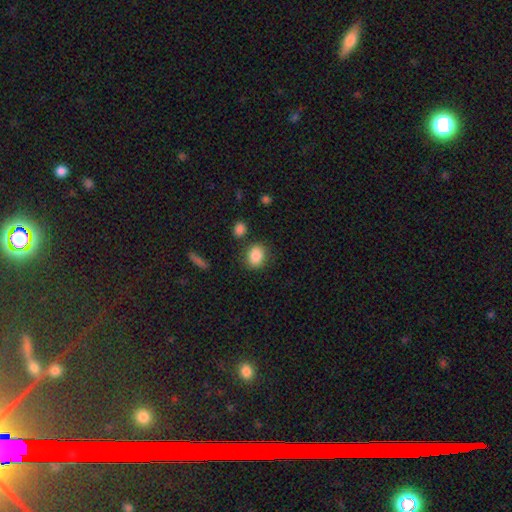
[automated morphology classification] Overall: smooth (87%). How rounded: in between (52%; round 47%). Merging: none (78%).